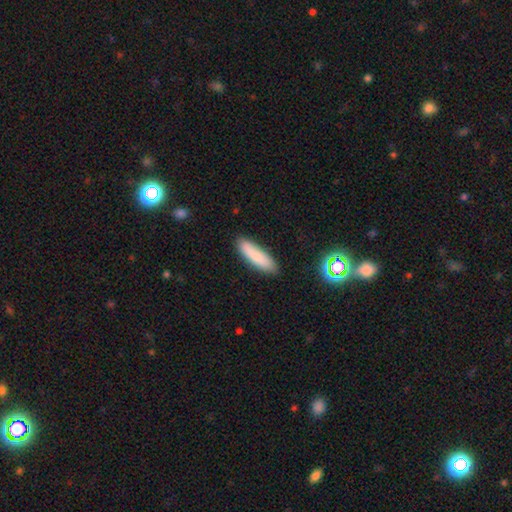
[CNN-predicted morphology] Smooth or featured?
  - smooth: 81% *
  - featured or disk: 11%
  - star or artifact: 7%
How rounded?
  - cigar-shaped: 65% *
  - in between: 33%
  - round: 2%
Merging?
  - none: 85% *
  - minor disturbance: 12%
  - major disturbance: 2%
  - merger: 2%